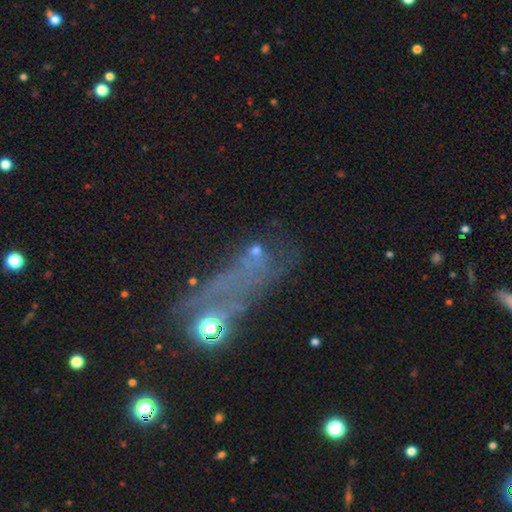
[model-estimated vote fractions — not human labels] Morphology: type=star or artifact (36%).